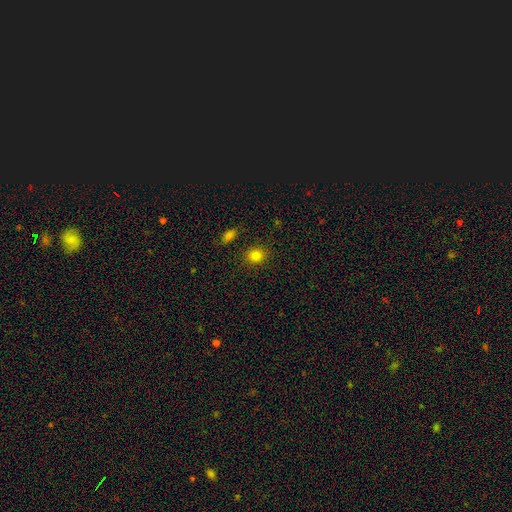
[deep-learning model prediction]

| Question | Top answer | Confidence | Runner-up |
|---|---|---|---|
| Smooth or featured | smooth | 81% | star or artifact (13%) |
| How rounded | round | 74% | in between (25%) |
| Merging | none | 88% | minor disturbance (8%) |